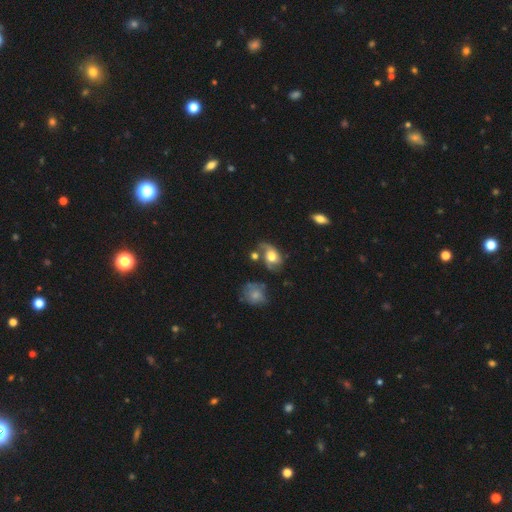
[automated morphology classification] Smooth or featured? Predicted: featured or disk (p=0.48). Merging? Predicted: none (p=0.45).